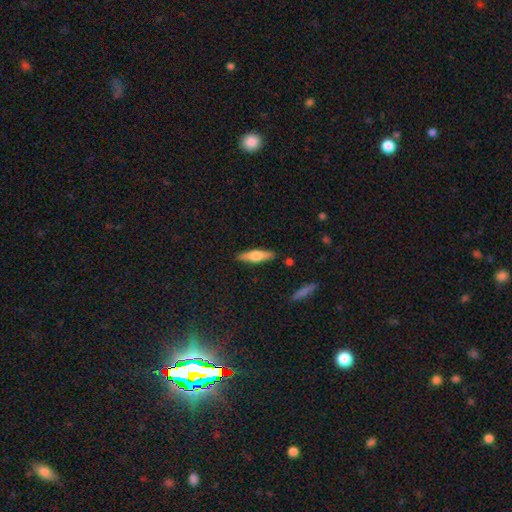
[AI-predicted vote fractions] smooth 47% (tied), featured or disk 47% (tied), star or artifact 6%. Down the decision tree: merging — none (88%).